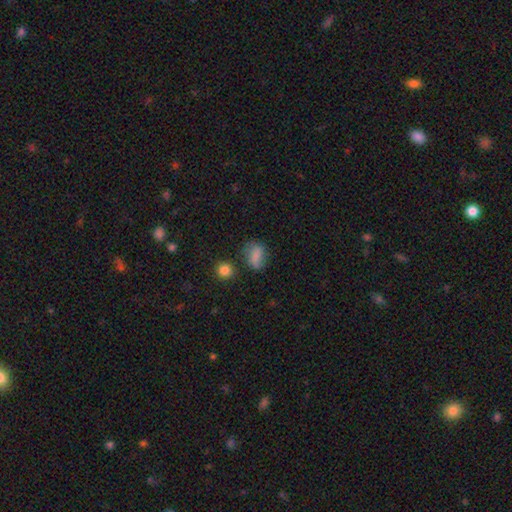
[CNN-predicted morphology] This is likely a smooth galaxy (74%). How rounded: likely in between (70%). Merging: possibly none (58%).